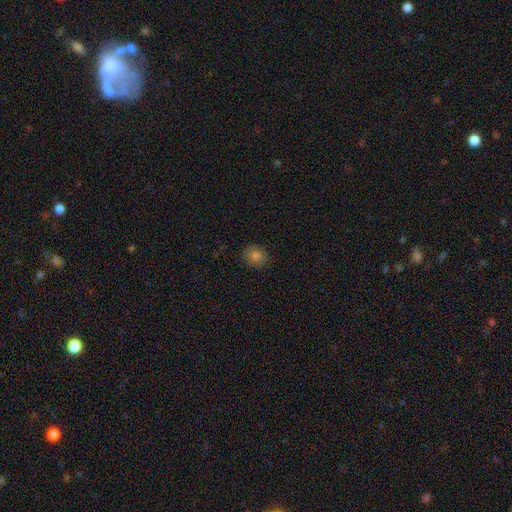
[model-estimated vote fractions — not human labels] smooth-or-featured: smooth: 77% | star or artifact: 14% | featured or disk: 9%
  how-rounded: round: 72% | in between: 27% | cigar-shaped: 1%
  merging: none: 87% | minor disturbance: 10% | major disturbance: 2% | merger: 1%